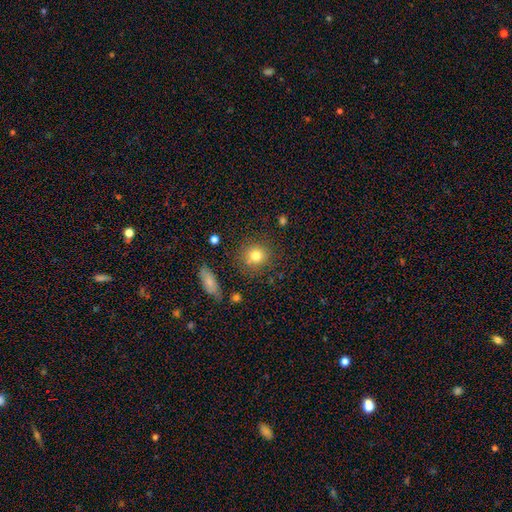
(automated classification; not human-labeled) This is likely a smooth galaxy (80%). How rounded: clearly round (84%). Merging: clearly none (81%).